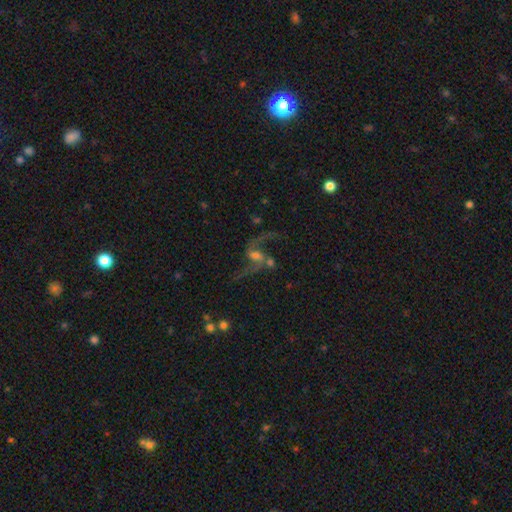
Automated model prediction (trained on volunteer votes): This appears to be a featured or disk galaxy (83%) with a weak bar (48%), 2 (92%) loose (87%) spiral arms (94%) and a moderate central bulge (43%). Merging: none (53%).